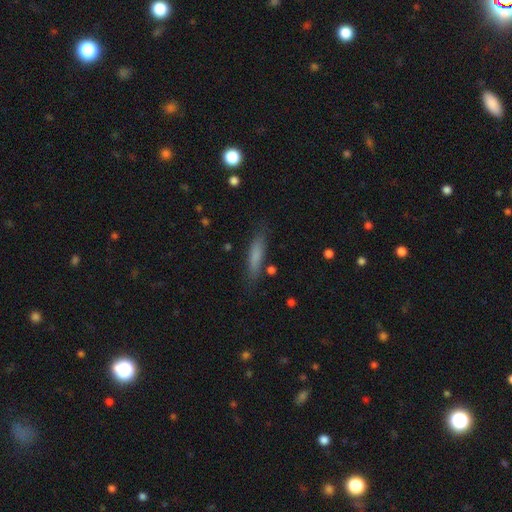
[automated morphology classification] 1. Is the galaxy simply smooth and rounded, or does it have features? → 74% smooth, 18% featured or disk, 8% star or artifact.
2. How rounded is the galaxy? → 84% cigar-shaped, 15% in between, 2% round.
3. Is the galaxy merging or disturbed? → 82% none, 13% minor disturbance, 3% major disturbance, 3% merger.